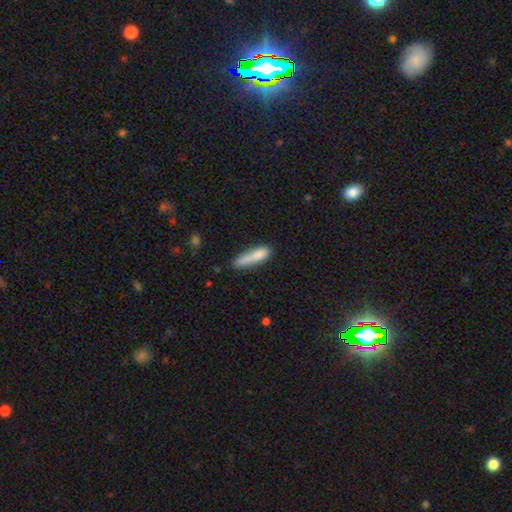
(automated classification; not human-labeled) A smooth galaxy with no disk features (80%) that is cigar-shaped (80%).

Vote fractions:
- Smooth or featured? smooth: 80% / featured or disk: 13% / star or artifact: 7%
- How rounded? cigar-shaped: 80% / in between: 18% / round: 2%
- Merging? none: 60% / minor disturbance: 26% / major disturbance: 7% / merger: 7%